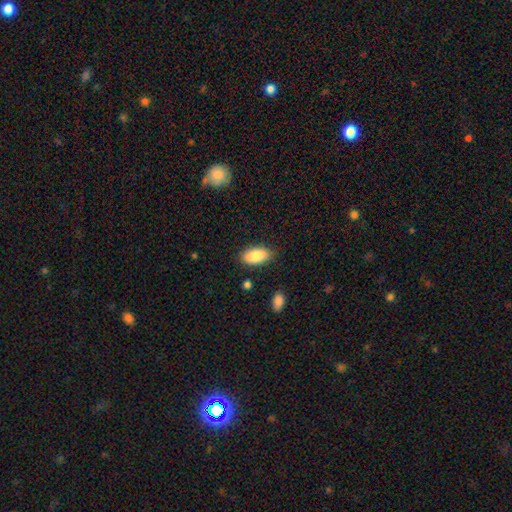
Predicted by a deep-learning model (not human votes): Smooth or featured?
  - smooth: 87% *
  - featured or disk: 7%
  - star or artifact: 7%
How rounded?
  - in between: 92% *
  - cigar-shaped: 5%
  - round: 3%
Merging?
  - none: 84% *
  - minor disturbance: 11%
  - major disturbance: 3%
  - merger: 2%